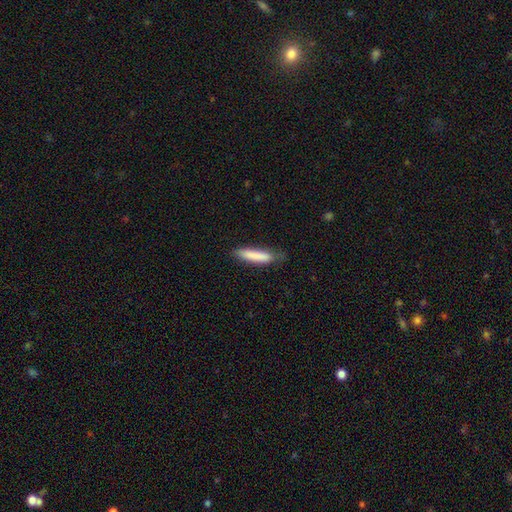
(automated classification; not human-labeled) The model was most divided on "merging": none: 67%, minor disturbance: 26%, major disturbance: 6%, merger: 2%. More confident: smooth or featured — smooth (83%); how rounded — cigar-shaped (83%).